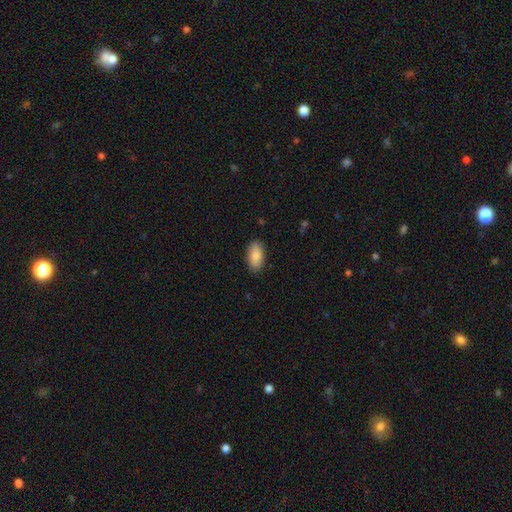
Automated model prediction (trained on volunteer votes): A smooth galaxy with no disk features (88%) that is in between round and cigar-shaped (93%).

Vote fractions:
- Smooth or featured? smooth: 88% / star or artifact: 6% / featured or disk: 5%
- How rounded? in between: 93% / cigar-shaped: 5% / round: 2%
- Merging? none: 88% / minor disturbance: 9% / major disturbance: 2% / merger: 1%